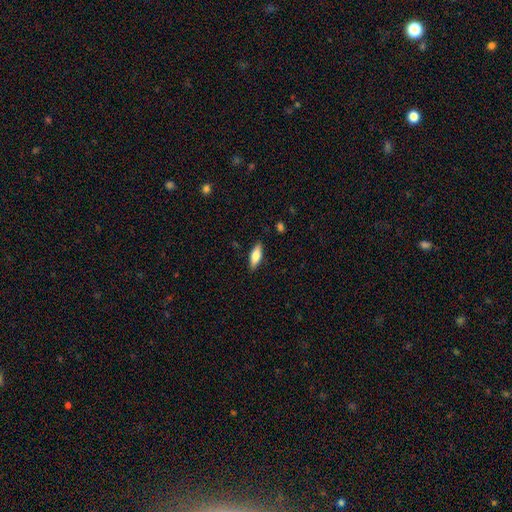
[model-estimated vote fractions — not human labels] This is likely a smooth galaxy (72%). How rounded: likely in between (67%). Merging: clearly none (87%).